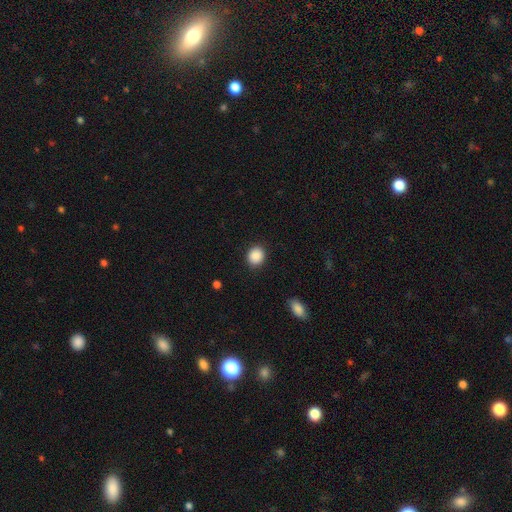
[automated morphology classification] This appears to be a smooth galaxy with no disk features (89%) that is round (78%). Merging: none (89%).